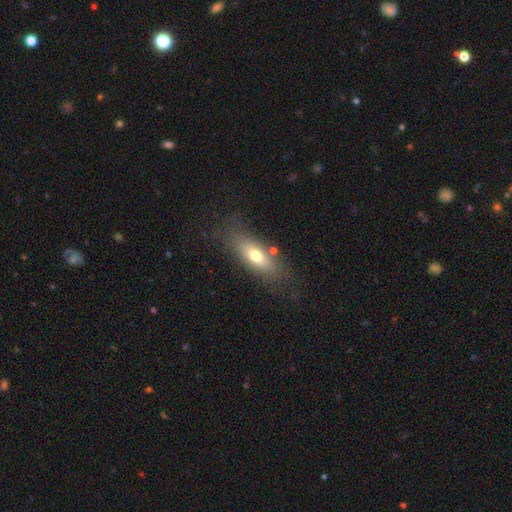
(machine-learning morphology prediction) The model was most divided on "smooth or featured": smooth: 67%, featured or disk: 25%, star or artifact: 9%. More confident: merging — none (73%); how rounded — in between (70%).